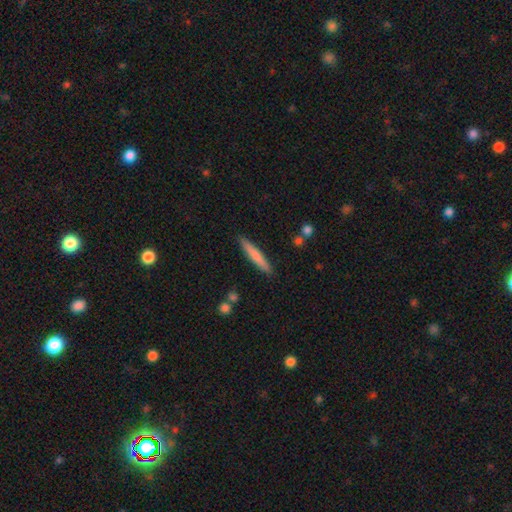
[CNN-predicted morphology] Q: Smooth or featured?
A: smooth (74%); runner-up: featured or disk (21%)
Q: How rounded?
A: cigar-shaped (93%); runner-up: in between (5%)
Q: Merging?
A: none (89%); runner-up: minor disturbance (7%)